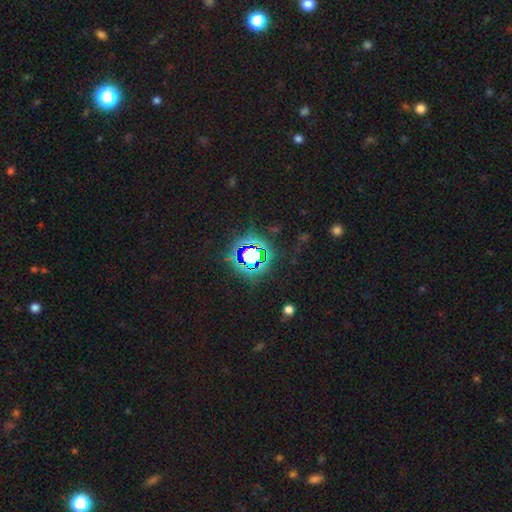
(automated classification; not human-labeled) star or artifact 74%, smooth 16%, featured or disk 10%.